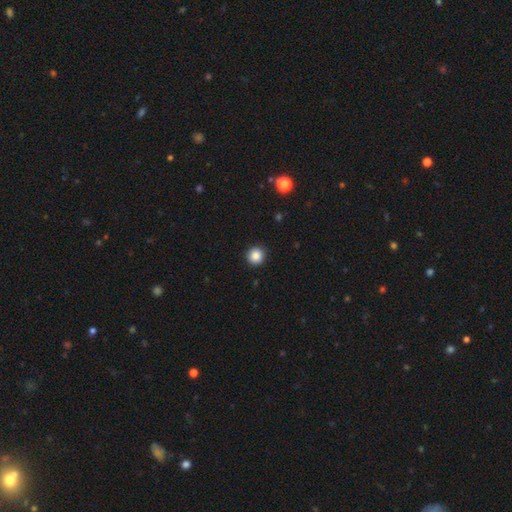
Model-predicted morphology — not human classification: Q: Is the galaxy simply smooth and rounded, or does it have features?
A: smooth — 86%.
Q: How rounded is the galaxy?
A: round — 95%.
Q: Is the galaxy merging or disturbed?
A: none — 92%.